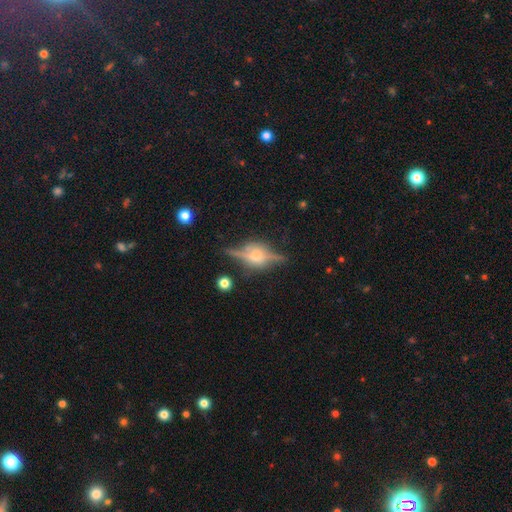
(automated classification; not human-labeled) Q: Smooth or featured?
A: featured or disk (82%); runner-up: smooth (10%)
Q: Edge-on disk?
A: yes (94%); runner-up: no (6%)
Q: Edge-on bulge?
A: rounded (91%); runner-up: boxy (7%)
Q: Merging?
A: none (81%); runner-up: minor disturbance (12%)